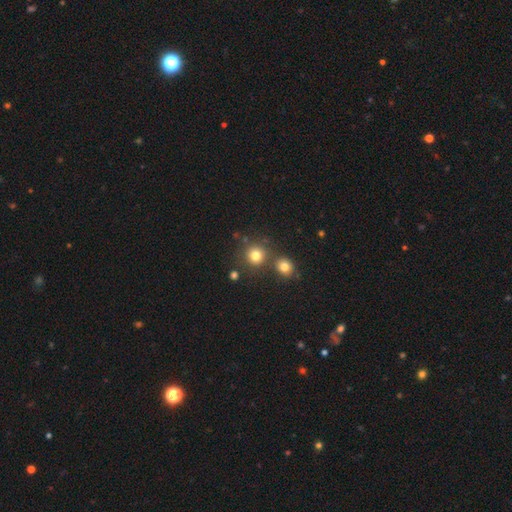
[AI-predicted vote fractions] Q: Smooth or featured?
A: smooth (78%); runner-up: star or artifact (14%)
Q: How rounded?
A: round (90%); runner-up: in between (9%)
Q: Merging?
A: none (73%); runner-up: merger (16%)